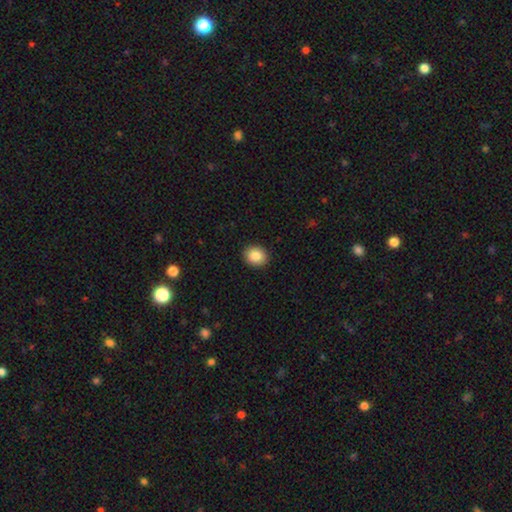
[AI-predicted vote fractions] The model was most divided on "how rounded": round: 69%, in between: 30%, cigar-shaped: 1%. More confident: merging — none (92%); smooth or featured — smooth (86%).